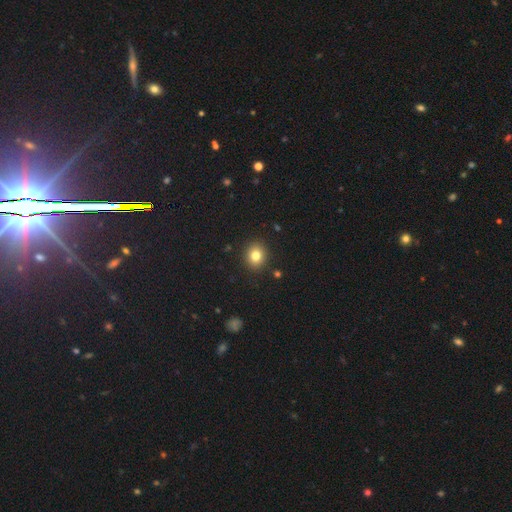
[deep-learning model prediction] Smooth or featured? Predicted: smooth (p=0.81). How rounded? Predicted: round (p=0.73). Merging? Predicted: none (p=0.90).